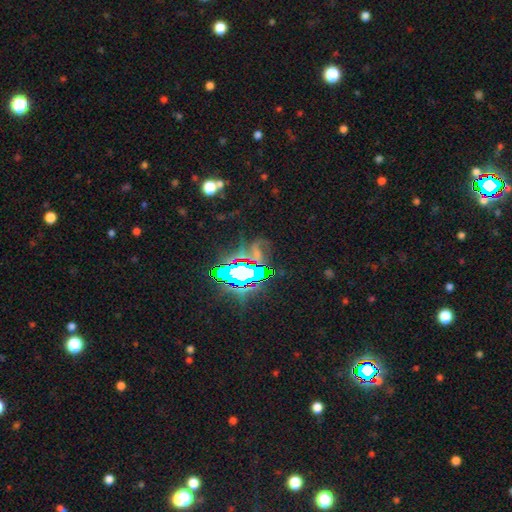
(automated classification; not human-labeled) A star or artifact, not a galaxy (59%).